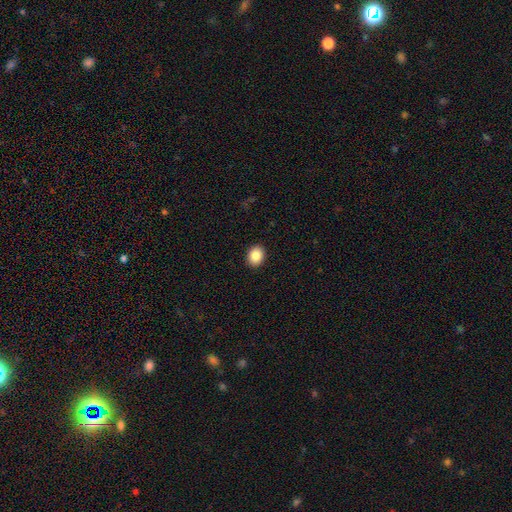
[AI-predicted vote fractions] A smooth galaxy with no disk features (88%) that is in between round and cigar-shaped (56%).

Vote fractions:
- Smooth or featured? smooth: 88% / star or artifact: 8% / featured or disk: 4%
- How rounded? in between: 56% / round: 43% / cigar-shaped: 1%
- Merging? none: 91% / minor disturbance: 6% / major disturbance: 2% / merger: 1%